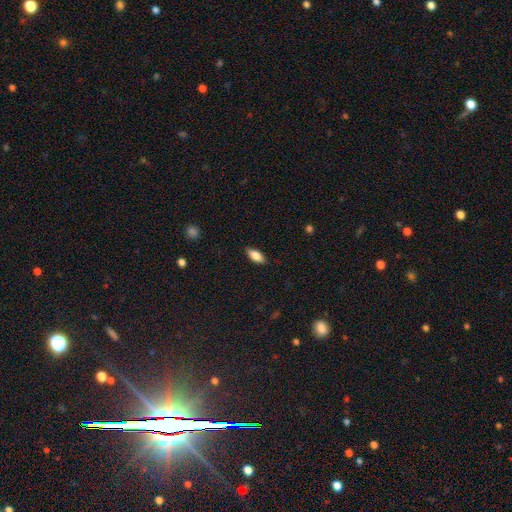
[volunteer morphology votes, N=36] This appears to be a smooth galaxy with no disk features (92%) that is in between round and cigar-shaped (79%). Merging: none (89%).